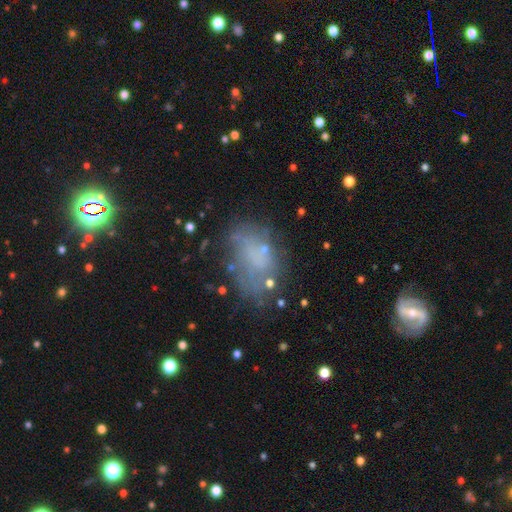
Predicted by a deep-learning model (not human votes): Smooth or featured? Predicted: smooth (p=0.46). Merging? Predicted: none (p=0.46).